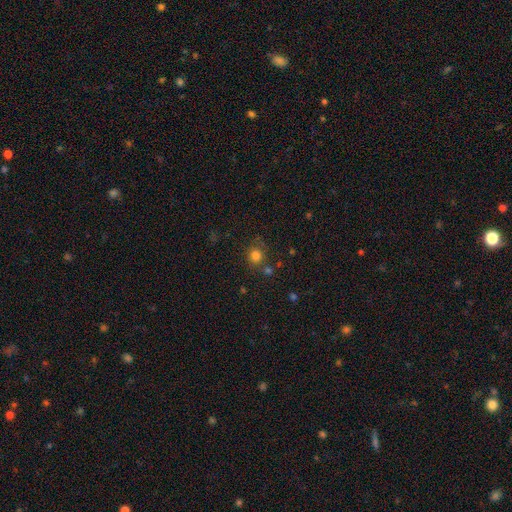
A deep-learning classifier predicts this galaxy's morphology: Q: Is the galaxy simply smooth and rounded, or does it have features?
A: smooth — 79%.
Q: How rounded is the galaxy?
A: round — 86%.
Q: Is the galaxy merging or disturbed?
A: none — 73%.